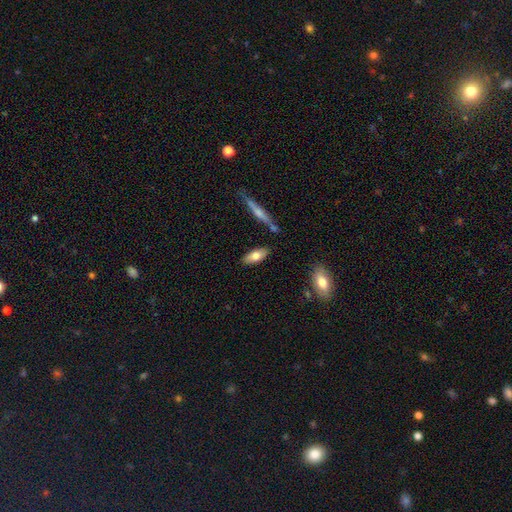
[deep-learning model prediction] A smooth galaxy with no disk features (71%) that is in between round and cigar-shaped (77%). Merging: none (81%).